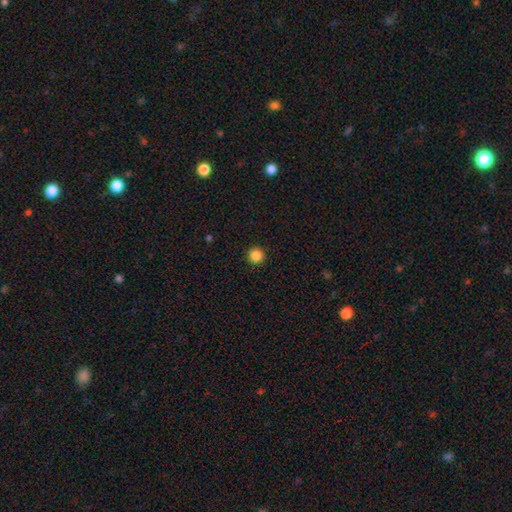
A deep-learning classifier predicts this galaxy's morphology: A smooth galaxy with no disk features (86%) that is round (96%). Merging: none (92%).